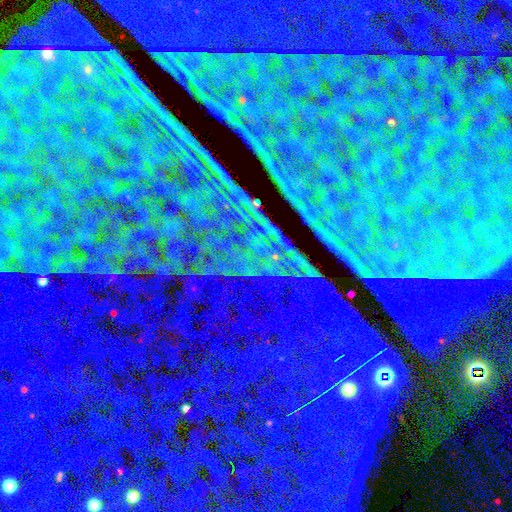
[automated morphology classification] Smooth or featured?
  - star or artifact: 88% *
  - featured or disk: 6%
  - smooth: 6%